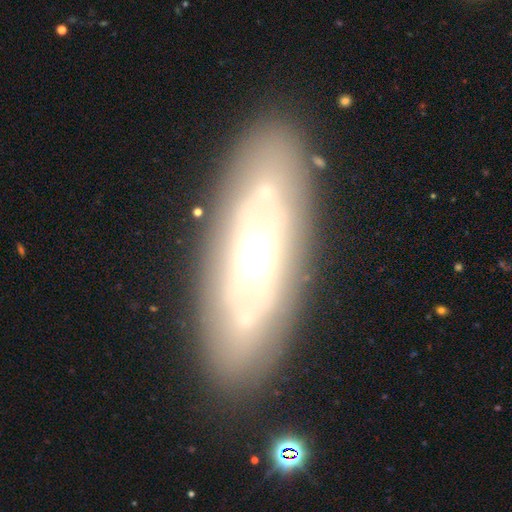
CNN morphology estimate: Smooth or featured? featured or disk (70%)
Edge-on disk? no (75%)
Bar? no (69%)
Spiral arms? no (65%)
Bulge size? moderate (57%)
Merging? none (81%)